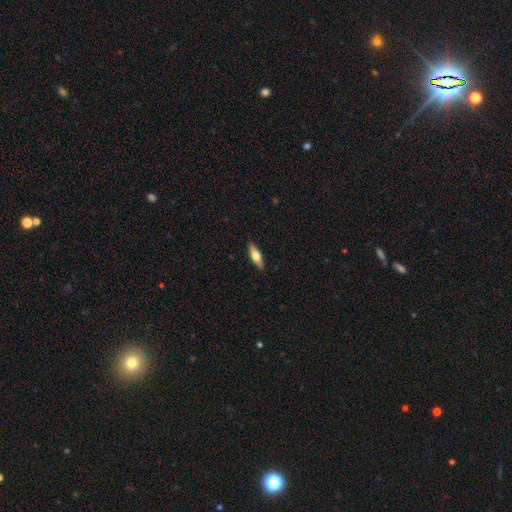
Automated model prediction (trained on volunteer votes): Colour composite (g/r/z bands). It shows a smooth galaxy with no disk features (51%) that is in between round and cigar-shaped (49%). Merging: none (90%).